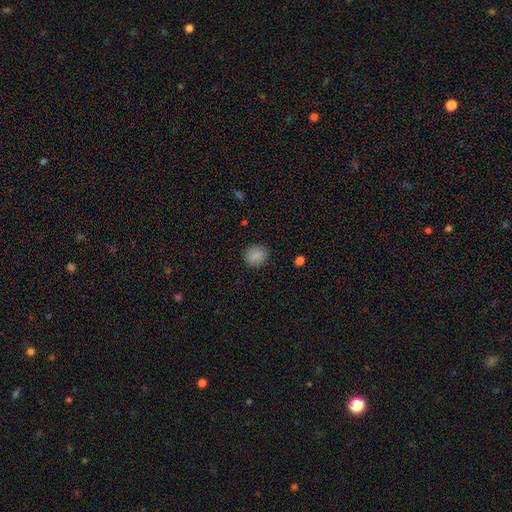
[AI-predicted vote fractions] This appears to be a smooth galaxy with no disk features (87%) that is round (78%). Merging: none (88%).